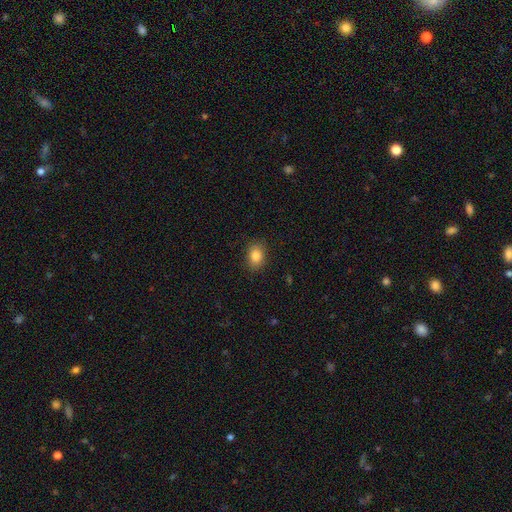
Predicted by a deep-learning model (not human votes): Overall: smooth (86%). How rounded: in between (67%; round 32%). Merging: none (87%).